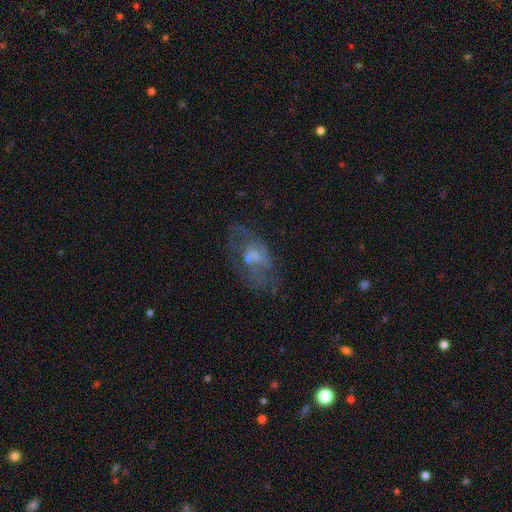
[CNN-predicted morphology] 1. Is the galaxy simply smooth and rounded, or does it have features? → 58% featured or disk, 29% smooth, 13% star or artifact.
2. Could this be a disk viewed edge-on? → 94% no, 6% yes.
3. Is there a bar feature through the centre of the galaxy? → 67% no, 28% weak, 5% strong.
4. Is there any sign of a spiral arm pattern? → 52% no, 48% yes.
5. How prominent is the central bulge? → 42% small, 29% moderate, 23% none, 5% large, 1% dominant.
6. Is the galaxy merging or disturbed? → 51% none, 23% major disturbance, 20% minor disturbance, 6% merger.